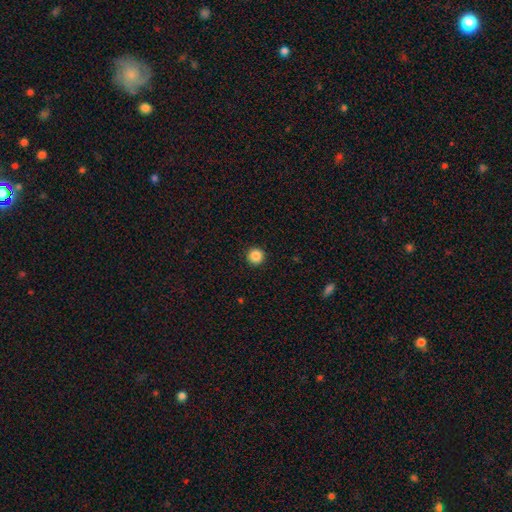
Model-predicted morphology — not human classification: smooth-or-featured: smooth: 86% | star or artifact: 10% | featured or disk: 3%
  how-rounded: round: 96% | in between: 3% | cigar-shaped: 1%
  merging: none: 93% | minor disturbance: 4% | major disturbance: 2% | merger: 1%